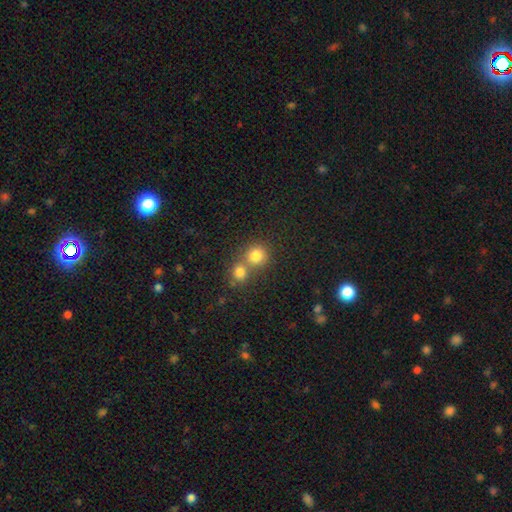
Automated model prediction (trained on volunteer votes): smooth-or-featured: smooth: 80% | star or artifact: 12% | featured or disk: 8%
  how-rounded: round: 87% | in between: 12% | cigar-shaped: 1%
  merging: none: 47% | merger: 44% | minor disturbance: 6% | major disturbance: 3%